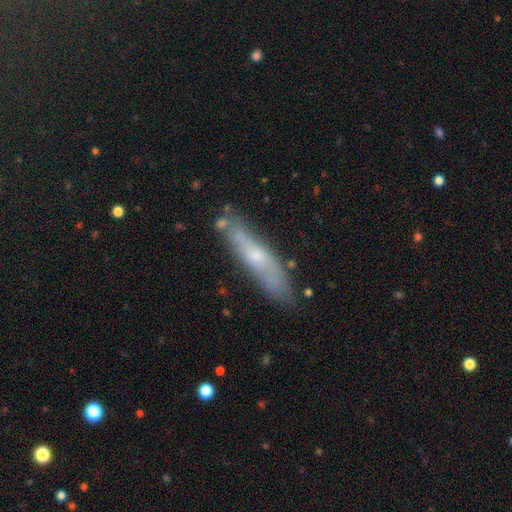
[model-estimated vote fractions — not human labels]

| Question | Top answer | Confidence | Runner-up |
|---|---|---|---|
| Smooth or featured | featured or disk | 51% | smooth (41%) |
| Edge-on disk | yes | 61% | no (39%) |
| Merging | none | 74% | minor disturbance (18%) |